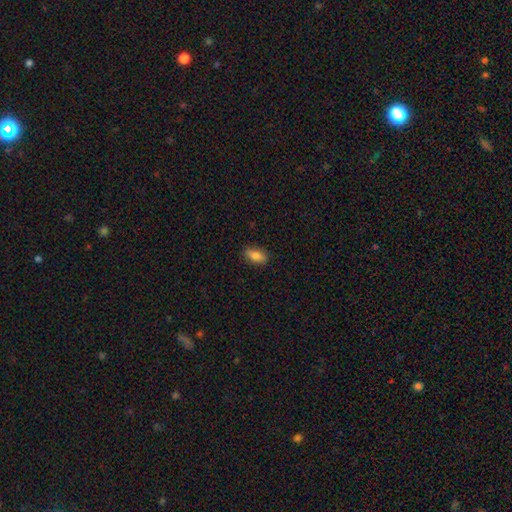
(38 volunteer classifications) smooth 82%, featured or disk 11%, star or artifact 8%. Down the decision tree: how rounded — in between (87%); merging — none (80%).